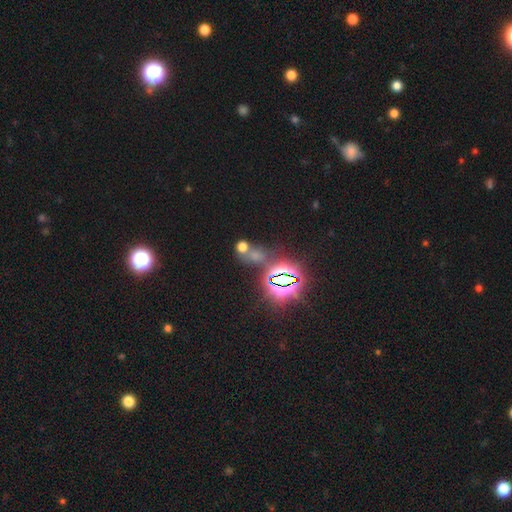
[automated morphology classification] The model was most divided on "smooth or featured": star or artifact: 51%, smooth: 40%, featured or disk: 9%.